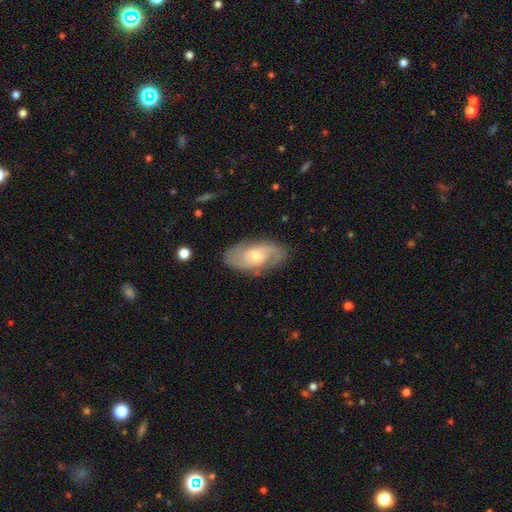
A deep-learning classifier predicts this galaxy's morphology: Smooth or featured: featured or disk — 77% (smooth — 18%)
Edge-on disk: no — 95% (yes — 5%)
Bar: no — 54% (weak — 39%)
Spiral arms: yes — 91% (no — 9%)
Spiral winding: medium — 46% (tight — 35%)
Spiral arm count: 2 — 78% (can't tell — 13%)
Bulge size: small — 50% (moderate — 45%)
Merging: none — 79% (minor disturbance — 14%)